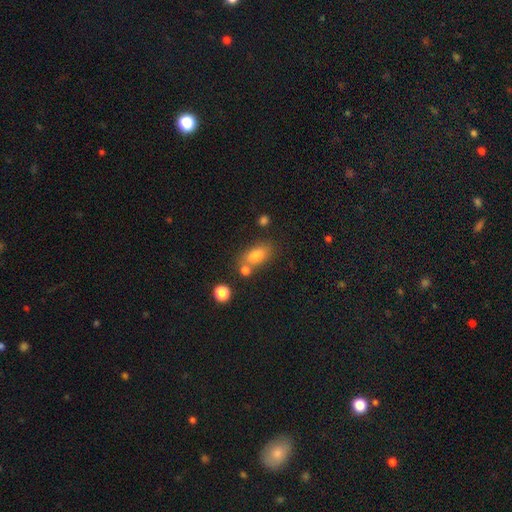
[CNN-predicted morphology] This appears to be a smooth galaxy with no disk features (78%) that is in between round and cigar-shaped (81%). Merging: none (64%).